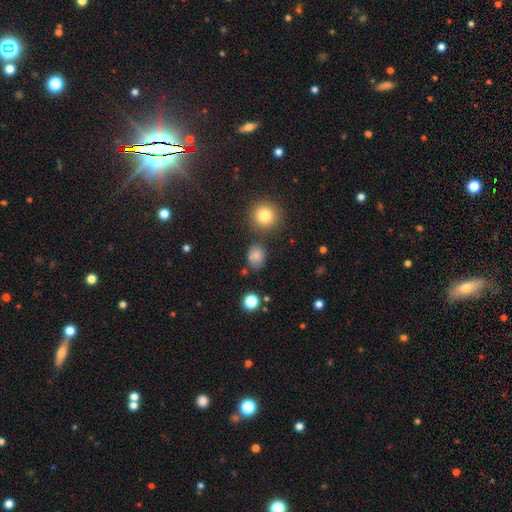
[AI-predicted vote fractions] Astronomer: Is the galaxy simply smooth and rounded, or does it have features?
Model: smooth — 78%.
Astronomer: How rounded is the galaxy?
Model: round — 50% (runner-up: in between, 49%).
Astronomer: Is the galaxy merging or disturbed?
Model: none — 68%.